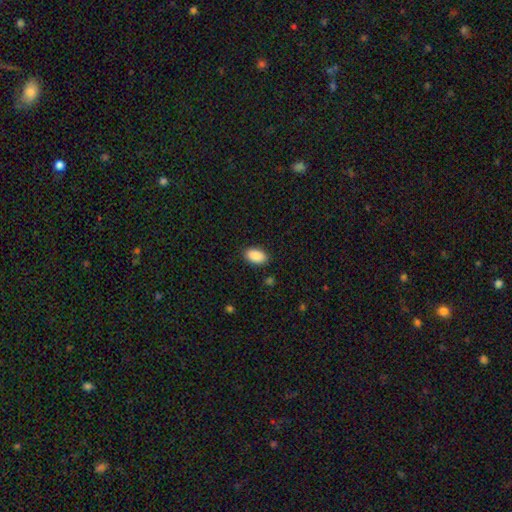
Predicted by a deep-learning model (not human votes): smooth-or-featured: smooth: 90% | star or artifact: 7% | featured or disk: 3%
  how-rounded: in between: 94% | round: 5% | cigar-shaped: 2%
  merging: none: 88% | minor disturbance: 9% | major disturbance: 2% | merger: 1%